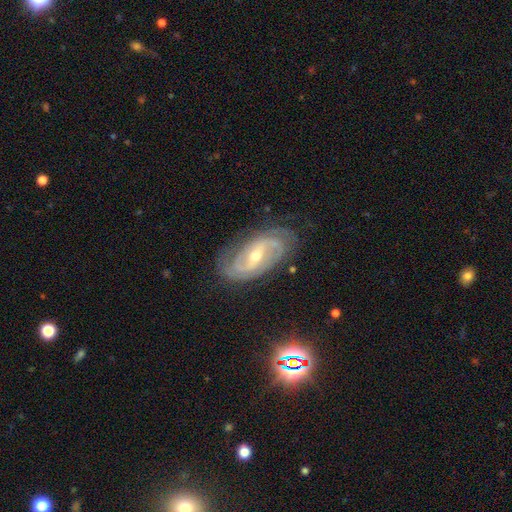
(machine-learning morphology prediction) This appears to be a featured or disk galaxy (87%) with a weak bar (46%), 2 (59%) tight (47%) spiral arms (96%) and a moderate central bulge (50%). Merging: none (75%).